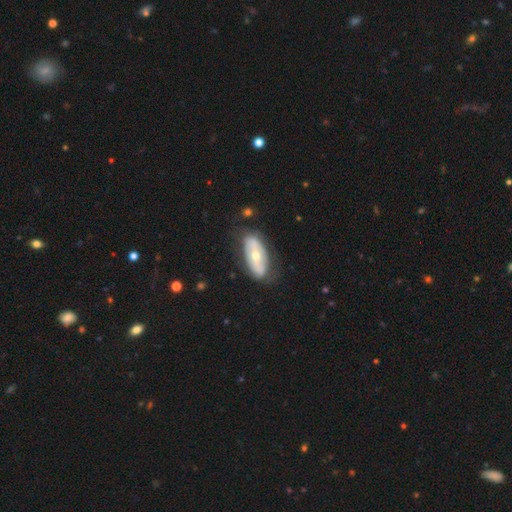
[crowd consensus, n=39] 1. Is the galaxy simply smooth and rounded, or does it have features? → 51% featured or disk, 46% smooth, 3% star or artifact.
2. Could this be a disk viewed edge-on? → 90% no, 10% yes.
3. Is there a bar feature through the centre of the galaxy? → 39% weak, 33% strong, 28% no.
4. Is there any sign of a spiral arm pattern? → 67% no, 33% yes.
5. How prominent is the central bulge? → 56% small, 44% moderate, 0% dominant, 0% large, 0% none.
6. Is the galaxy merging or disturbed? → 66% none, 21% minor disturbance, 13% major disturbance, 0% merger.